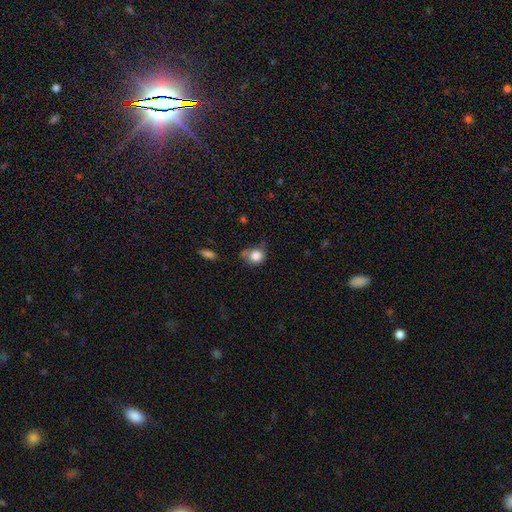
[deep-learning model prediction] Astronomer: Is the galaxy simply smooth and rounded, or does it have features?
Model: smooth — 82%.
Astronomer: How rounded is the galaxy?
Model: round — 70%.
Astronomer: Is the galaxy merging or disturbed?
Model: none — 43% (runner-up: minor disturbance, 36%).